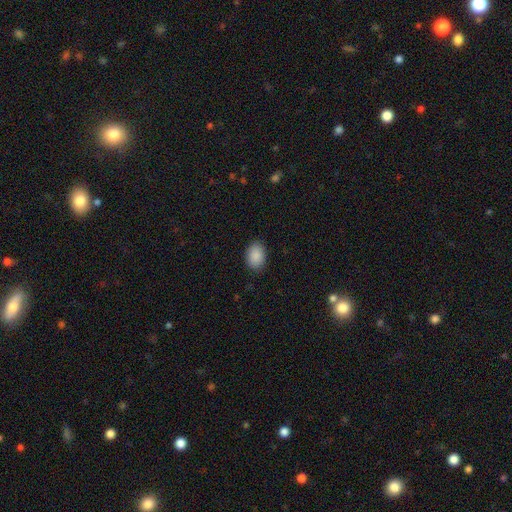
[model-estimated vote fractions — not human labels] Smooth or featured?
  - smooth: 90% *
  - star or artifact: 7%
  - featured or disk: 3%
How rounded?
  - in between: 82% *
  - round: 17%
  - cigar-shaped: 1%
Merging?
  - none: 86% *
  - minor disturbance: 10%
  - major disturbance: 2%
  - merger: 1%